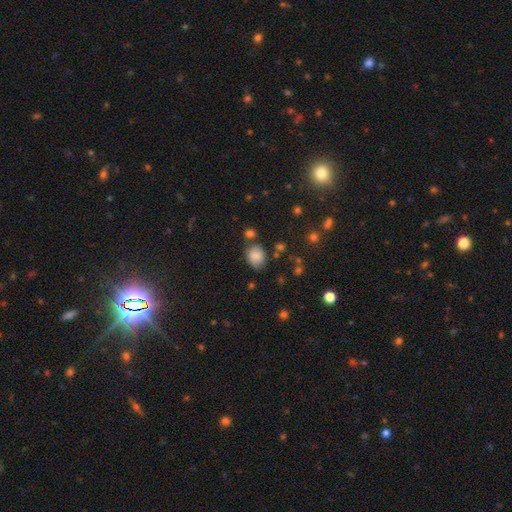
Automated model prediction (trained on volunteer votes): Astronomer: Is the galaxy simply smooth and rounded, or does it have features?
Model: smooth — 83%.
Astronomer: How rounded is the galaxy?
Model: in between — 54% (runner-up: round, 45%).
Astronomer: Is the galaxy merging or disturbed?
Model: none — 69%.